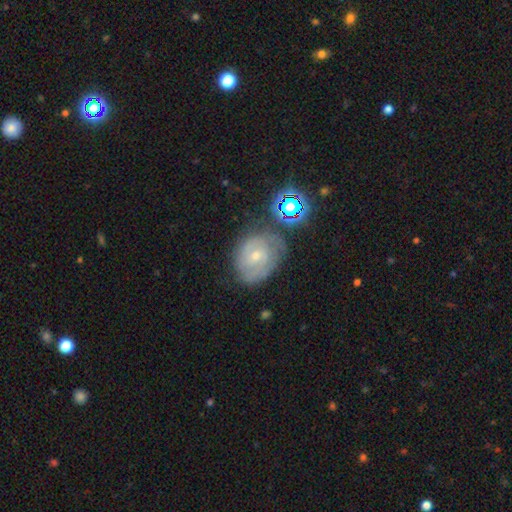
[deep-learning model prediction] A featured or disk galaxy (62%) with no bar (57%), tight (58%) spiral arms (84%) and a small central bulge (62%). Merging: none (63%).